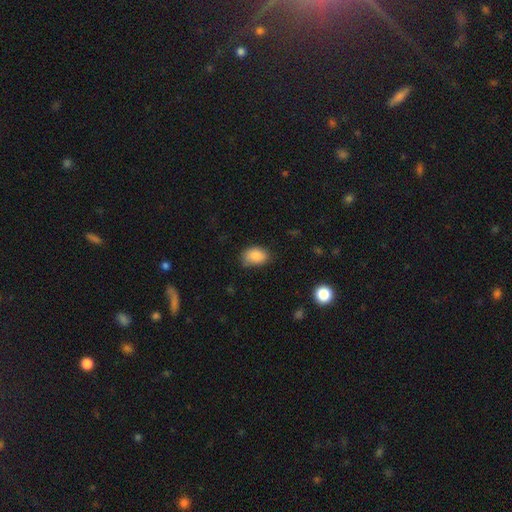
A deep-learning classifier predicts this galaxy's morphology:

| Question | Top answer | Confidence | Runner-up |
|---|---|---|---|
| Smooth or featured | smooth | 87% | star or artifact (8%) |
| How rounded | in between | 84% | round (15%) |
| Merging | none | 70% | minor disturbance (24%) |